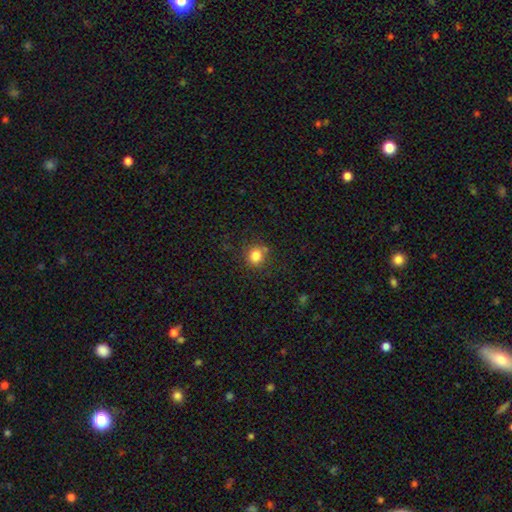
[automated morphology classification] Smooth or featured?
  - smooth: 82% *
  - star or artifact: 13%
  - featured or disk: 6%
How rounded?
  - round: 87% *
  - in between: 12%
  - cigar-shaped: 1%
Merging?
  - none: 76% *
  - minor disturbance: 12%
  - merger: 8%
  - major disturbance: 4%